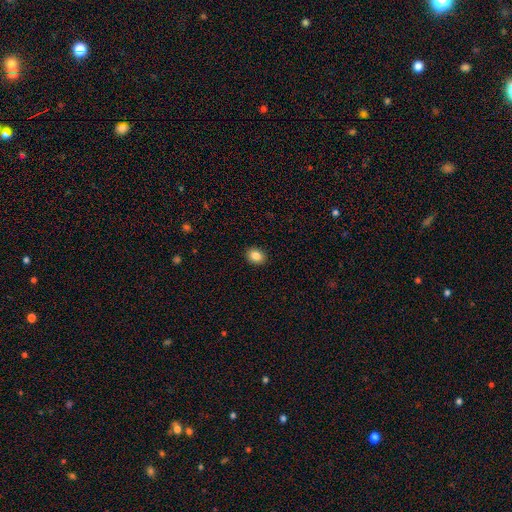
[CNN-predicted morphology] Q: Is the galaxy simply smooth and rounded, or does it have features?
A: smooth — 86%.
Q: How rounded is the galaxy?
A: in between — 57%.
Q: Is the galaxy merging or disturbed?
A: none — 91%.